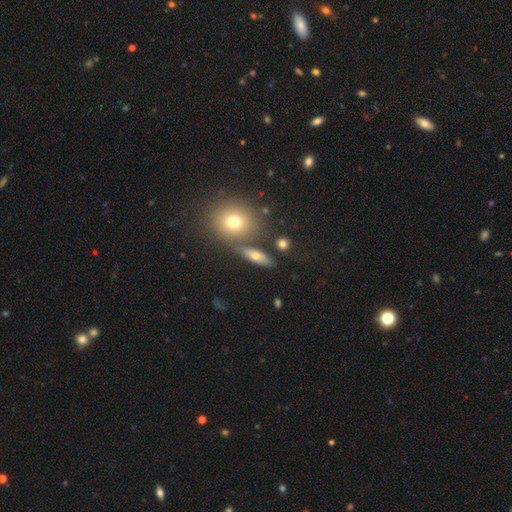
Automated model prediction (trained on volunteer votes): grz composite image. It shows a smooth galaxy with no disk features (64%) that is in between round and cigar-shaped (53%). Merging: none (70%).